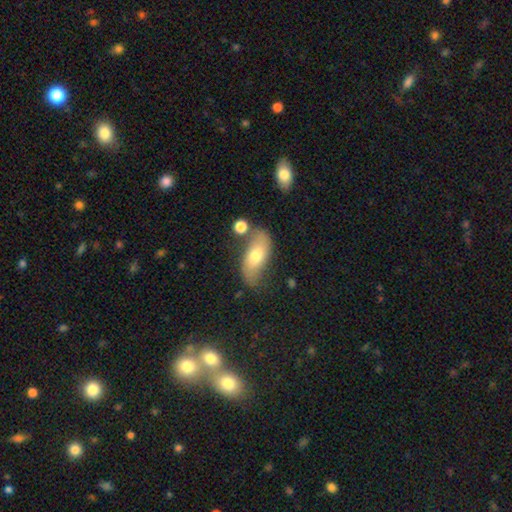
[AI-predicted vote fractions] Q: Smooth or featured?
A: smooth (60%); runner-up: featured or disk (33%)
Q: How rounded?
A: in between (83%); runner-up: cigar-shaped (12%)
Q: Merging?
A: none (63%); runner-up: minor disturbance (20%)